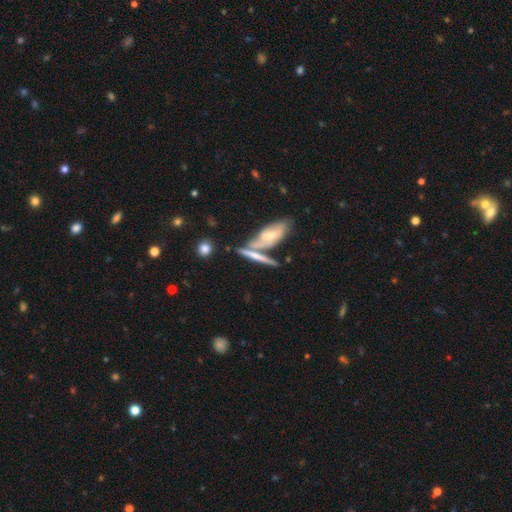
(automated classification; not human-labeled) Smooth or featured?
  - featured or disk: 50% *
  - smooth: 42%
  - star or artifact: 8%
Edge-on disk?
  - yes: 77% *
  - no: 23%
Merging?
  - none: 48% *
  - merger: 37%
  - minor disturbance: 11%
  - major disturbance: 4%